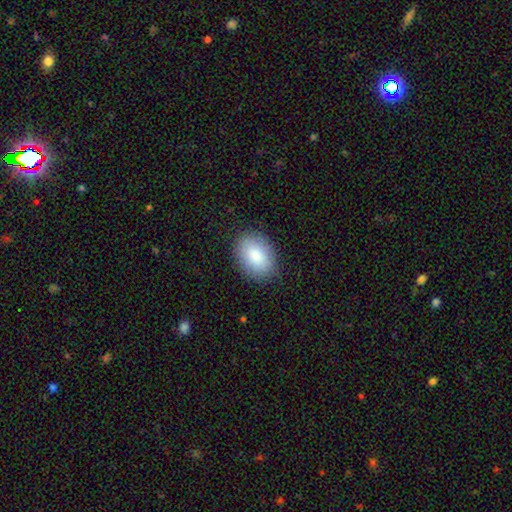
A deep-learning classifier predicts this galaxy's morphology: Smooth or featured? Predicted: smooth (p=0.84). How rounded? Predicted: in between (p=0.79). Merging? Predicted: none (p=0.85).